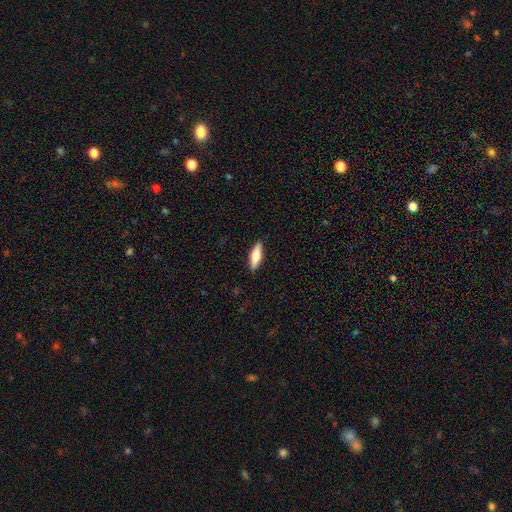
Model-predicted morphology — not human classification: The model was most divided on "how rounded": cigar-shaped: 49%, in between: 48%, round: 2%. More confident: merging — none (89%); smooth or featured — smooth (59%).